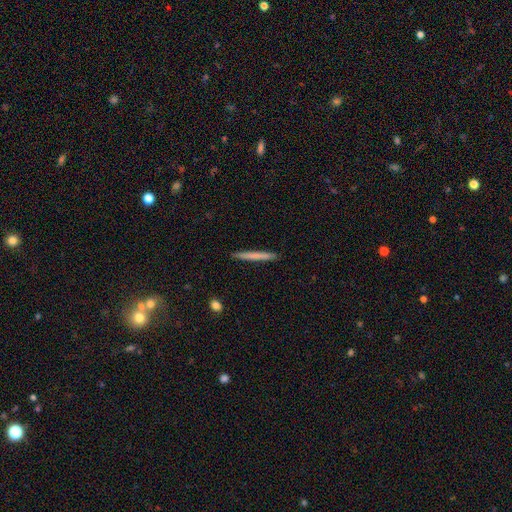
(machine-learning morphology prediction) This is likely a smooth galaxy (68%). How rounded: clearly cigar-shaped (97%). Merging: clearly none (92%).